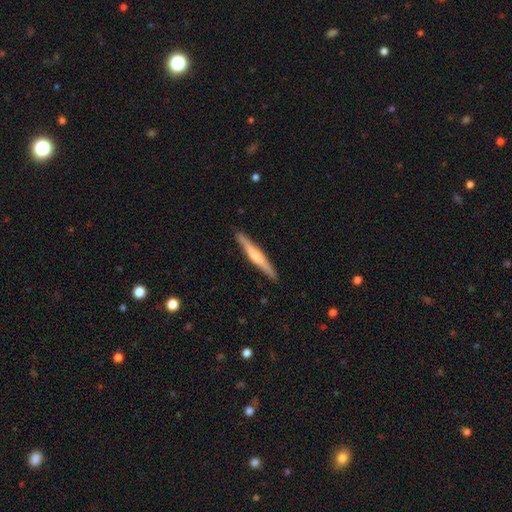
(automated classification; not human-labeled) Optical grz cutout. It shows a featured or disk galaxy (56%) viewed edge-on (97%) with a rounded central bulge (67%). Merging: none (90%).